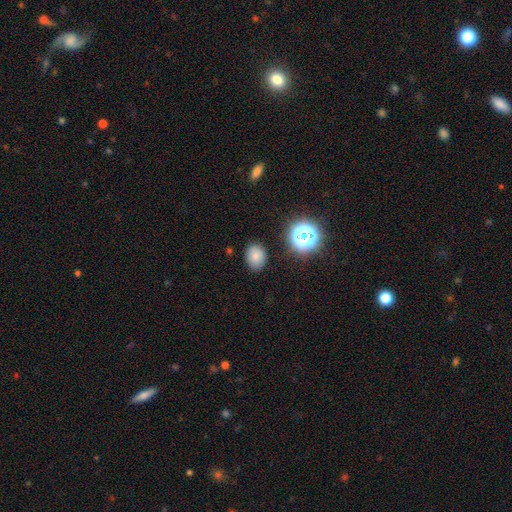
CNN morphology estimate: Smooth or featured?
  - smooth: 78% *
  - star or artifact: 16%
  - featured or disk: 6%
How rounded?
  - in between: 62% *
  - round: 37%
  - cigar-shaped: 1%
Merging?
  - none: 83% *
  - minor disturbance: 12%
  - major disturbance: 3%
  - merger: 2%